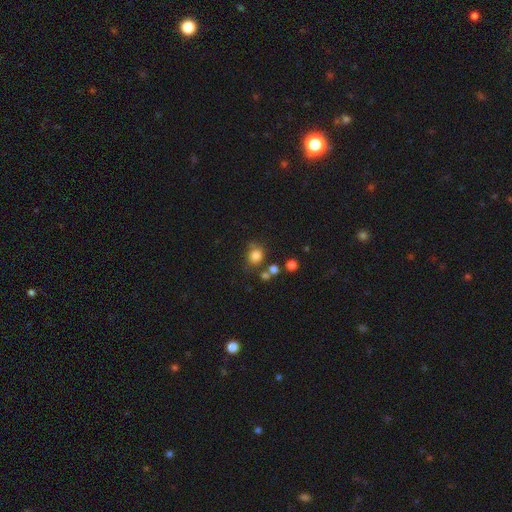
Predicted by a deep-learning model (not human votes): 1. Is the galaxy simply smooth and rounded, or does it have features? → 80% smooth, 13% star or artifact, 7% featured or disk.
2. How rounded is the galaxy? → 71% round, 28% in between, 1% cigar-shaped.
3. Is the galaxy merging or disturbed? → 66% none, 14% minor disturbance, 14% merger, 6% major disturbance.